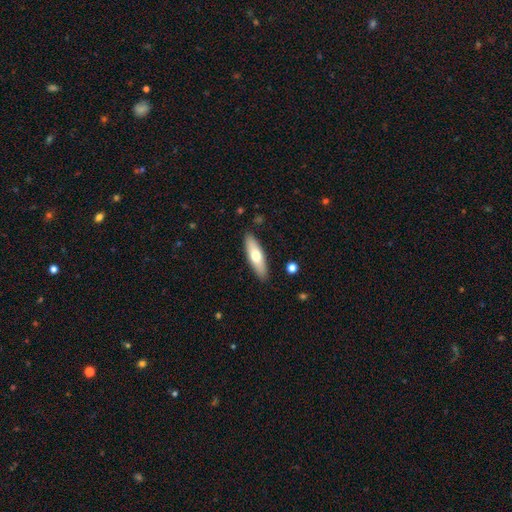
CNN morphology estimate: type=smooth (63%); roundness=cigar-shaped (56%); merging=none (88%).